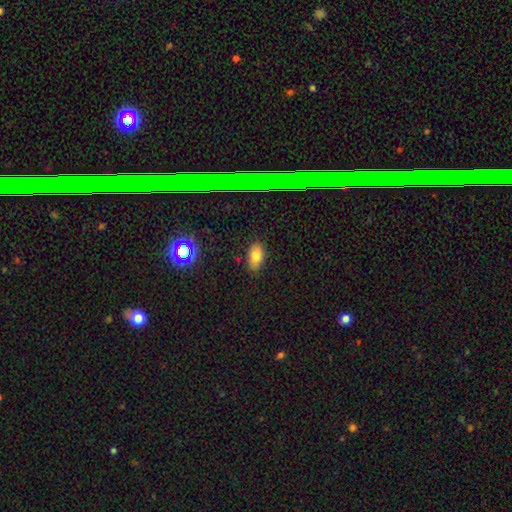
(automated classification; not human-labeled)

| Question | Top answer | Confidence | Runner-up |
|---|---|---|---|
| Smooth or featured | smooth | 77% | star or artifact (13%) |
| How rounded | in between | 91% | round (5%) |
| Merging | none | 85% | minor disturbance (11%) |